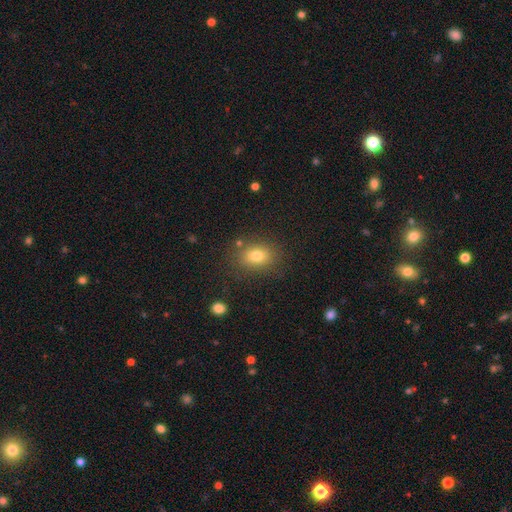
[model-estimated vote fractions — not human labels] Smooth or featured? smooth (74%)
How rounded? in between (57%)
Merging? none (83%)